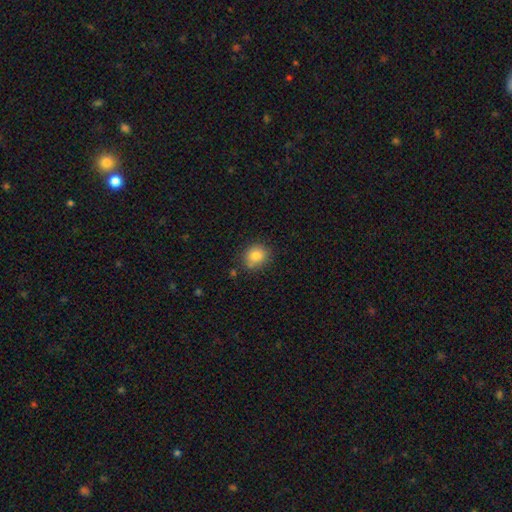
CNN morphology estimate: Overall: smooth (84%). How rounded: round (71%). Merging: none (78%).